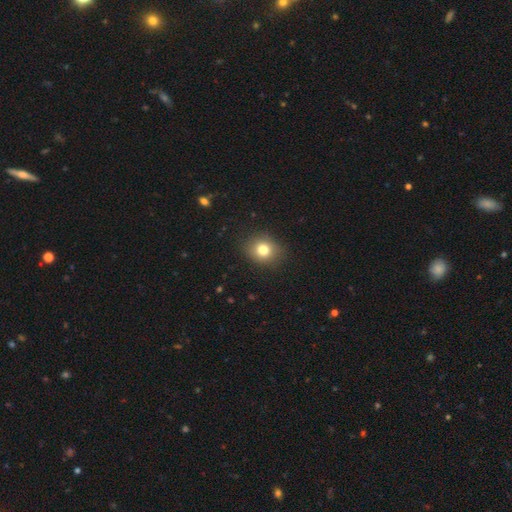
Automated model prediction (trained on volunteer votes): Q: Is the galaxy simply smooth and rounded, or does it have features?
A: smooth — 68%.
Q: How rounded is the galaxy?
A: round — 73%.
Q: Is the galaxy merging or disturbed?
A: none — 91%.